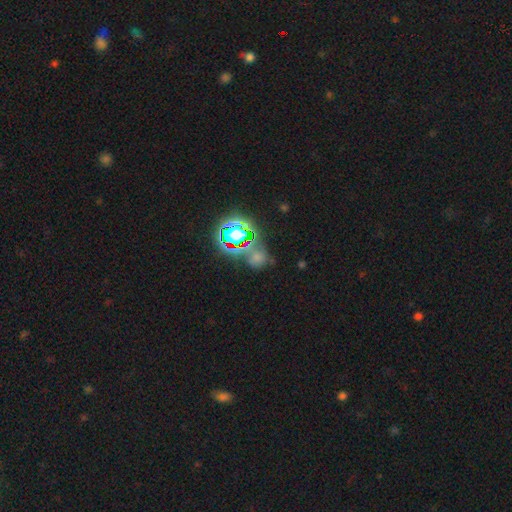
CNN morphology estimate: Overall: star or artifact (64%; smooth 25%).